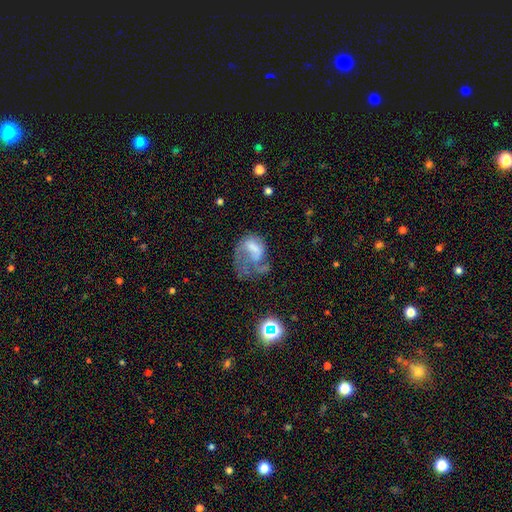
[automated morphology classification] Smooth or featured: featured or disk — 51% (smooth — 35%)
Edge-on disk: no — 97% (yes — 3%)
Merging: major disturbance — 55% (none — 19%)